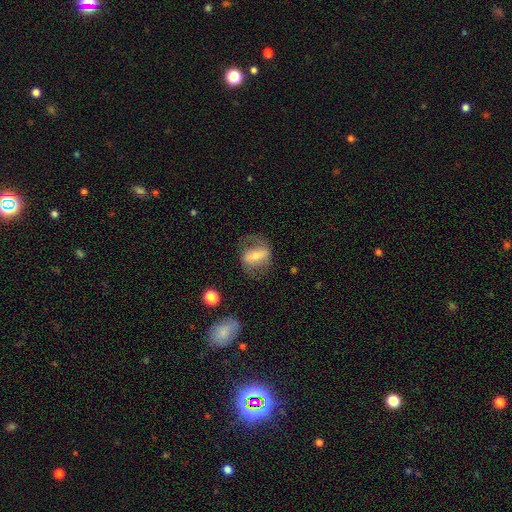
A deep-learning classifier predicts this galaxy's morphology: smooth_or_featured: featured or disk (p=0.55) [alt: smooth p=0.37]
disk_edge_on: no (p=0.91) [alt: yes p=0.09]
bar: strong (p=0.57) [alt: weak p=0.27]
has_spiral_arms: yes (p=0.62) [alt: no p=0.38]
bulge_size: small (p=0.44) [alt: moderate p=0.41]
merging: none (p=0.58) [alt: minor disturbance p=0.20]